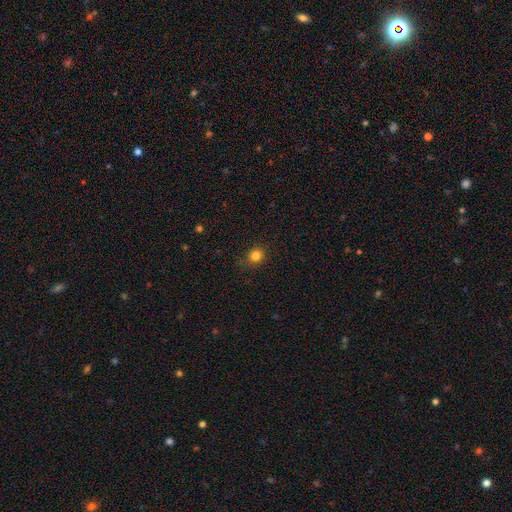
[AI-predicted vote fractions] Smooth or featured? smooth (82%)
How rounded? round (81%)
Merging? none (85%)